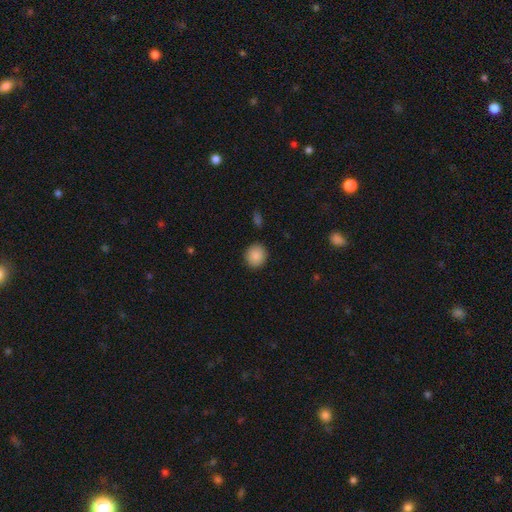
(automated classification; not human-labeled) smooth-or-featured: smooth: 87% | star or artifact: 8% | featured or disk: 4%
  how-rounded: round: 85% | in between: 14% | cigar-shaped: 1%
  merging: none: 91% | minor disturbance: 6% | major disturbance: 2% | merger: 1%